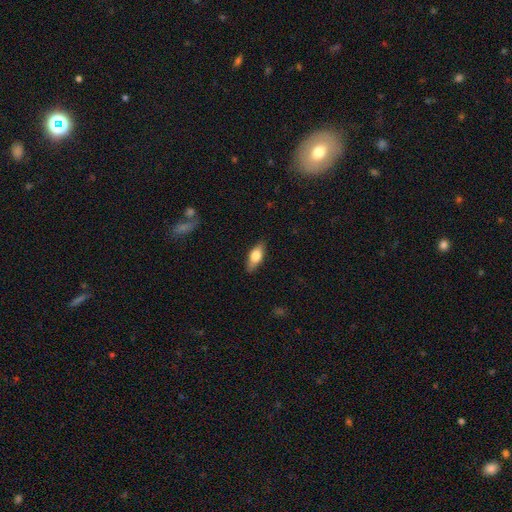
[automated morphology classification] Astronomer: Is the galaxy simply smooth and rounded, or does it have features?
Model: smooth — 65%.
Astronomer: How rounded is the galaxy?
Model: in between — 73%.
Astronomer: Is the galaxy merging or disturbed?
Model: none — 87%.